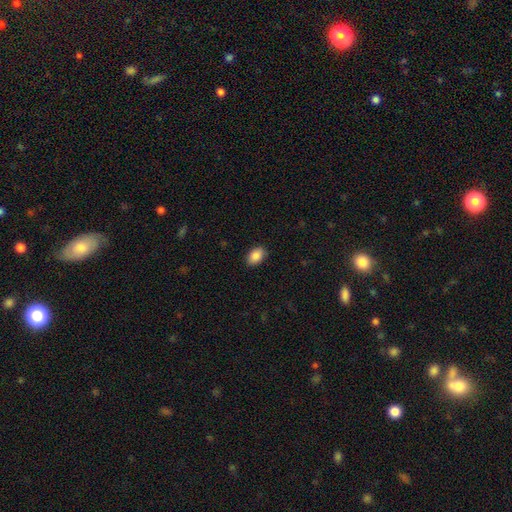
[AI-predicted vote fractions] Smooth or featured: smooth — 89% (star or artifact — 7%)
How rounded: in between — 86% (round — 13%)
Merging: none — 88% (minor disturbance — 9%)